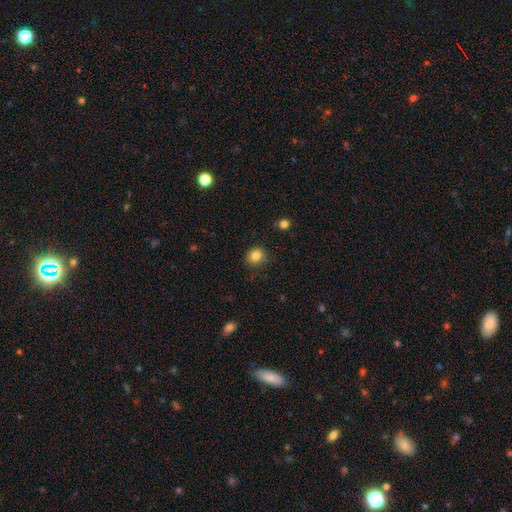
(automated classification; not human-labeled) smooth 83%, star or artifact 11%, featured or disk 5%. Down the decision tree: how rounded — round (83%); merging — none (82%).